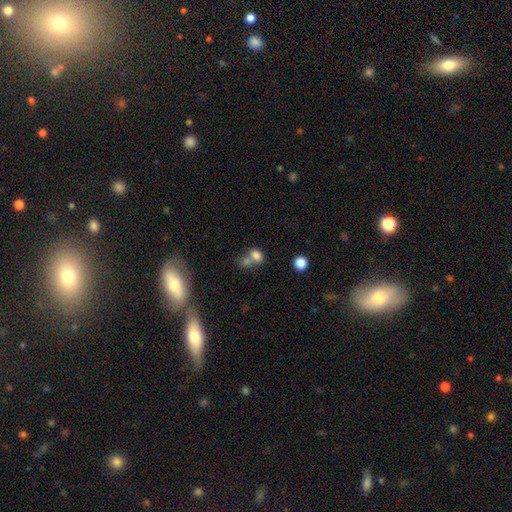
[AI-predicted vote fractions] Smooth or featured?
  - smooth: 75% *
  - star or artifact: 13%
  - featured or disk: 12%
How rounded?
  - in between: 53% *
  - round: 45%
  - cigar-shaped: 2%
Merging?
  - merger: 53% *
  - none: 32%
  - minor disturbance: 9%
  - major disturbance: 6%